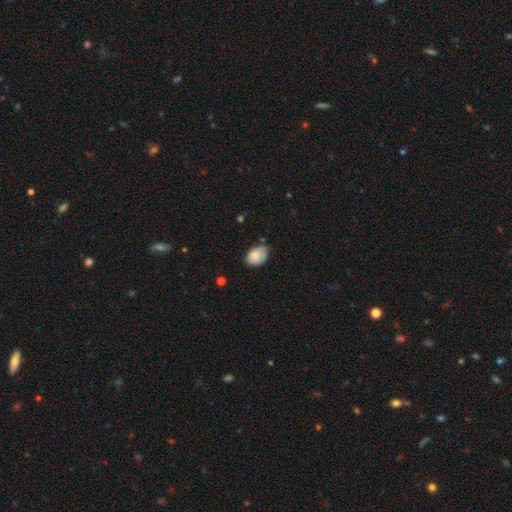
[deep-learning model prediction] Morphology: type=smooth (82%); roundness=in between (82%); merging=none (53%).